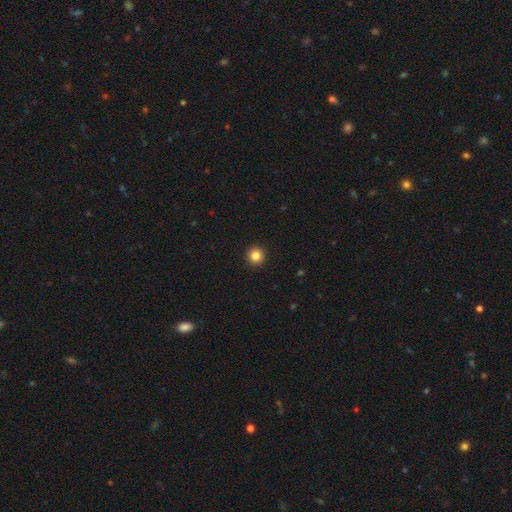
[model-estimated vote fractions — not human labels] smooth-or-featured: smooth: 84% | star or artifact: 11% | featured or disk: 5%
  how-rounded: round: 95% | in between: 4% | cigar-shaped: 1%
  merging: none: 93% | minor disturbance: 4% | major disturbance: 1% | merger: 1%